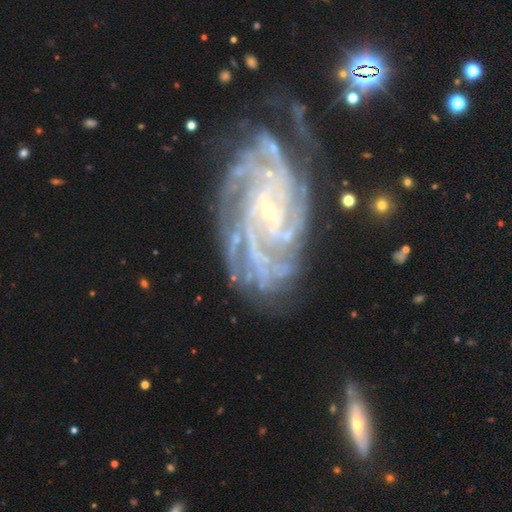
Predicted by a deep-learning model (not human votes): featured or disk 91%, star or artifact 5%, smooth 4%. Down the decision tree: edge-on disk — no (97%); bar — weak (43%); spiral arms — yes (98%); spiral arm count — 4 (28%); spiral winding — tight (67%); bulge size — small (82%); merging — none (66%).